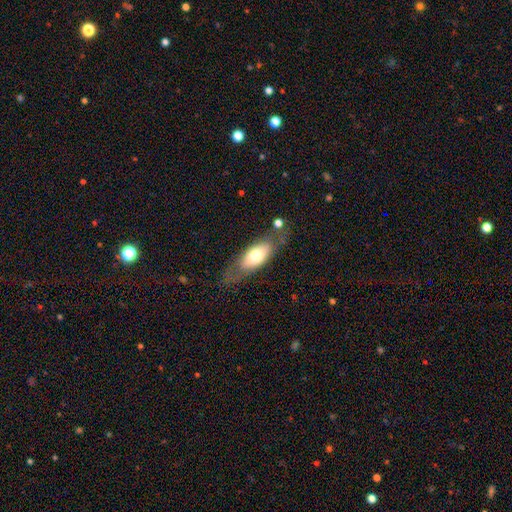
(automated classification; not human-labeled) This is likely a smooth galaxy (60%). How rounded: likely in between (76%). Merging: likely none (65%).